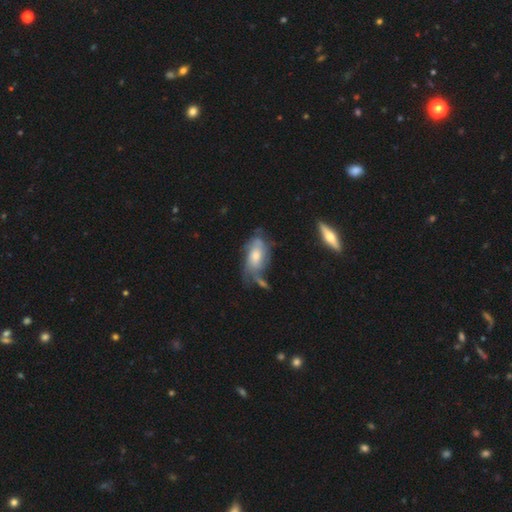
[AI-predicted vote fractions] A featured or disk galaxy (56%) with no bar (75%), spiral arms (73%) and a moderate central bulge (52%). Merging: none (41%).